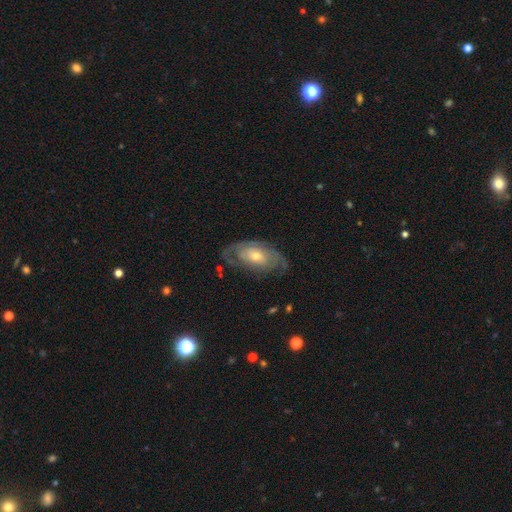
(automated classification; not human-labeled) featured or disk 71%, smooth 22%, star or artifact 6%. Down the decision tree: edge-on disk — no (91%); bar — no (76%); spiral arms — yes (78%); spiral arm count — can't tell (41%); spiral winding — tight (58%); bulge size — moderate (50%); merging — none (67%).